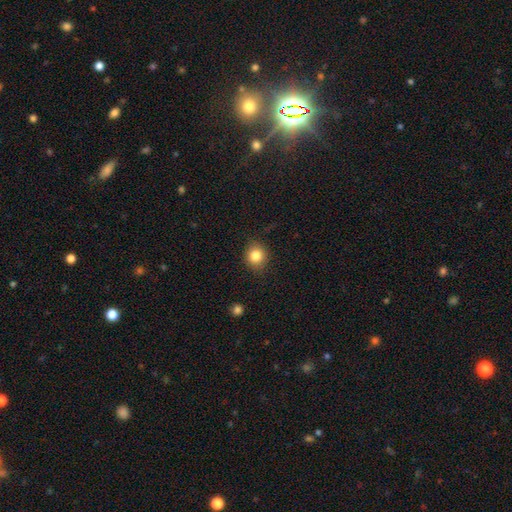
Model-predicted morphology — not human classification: Smooth or featured? Predicted: smooth (p=0.83). How rounded? Predicted: round (p=0.79). Merging? Predicted: none (p=0.87).